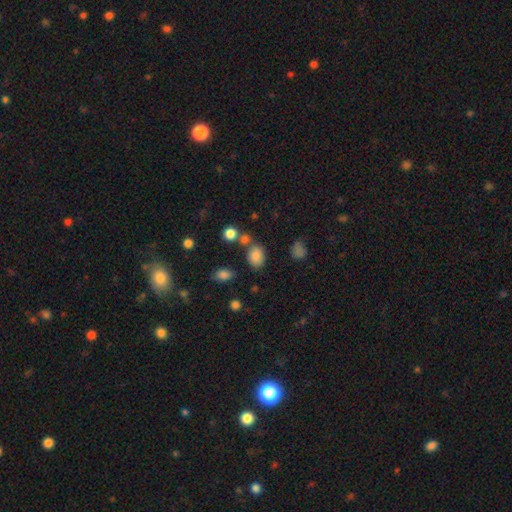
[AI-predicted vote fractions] The model was most divided on "how rounded": in between: 63%, round: 35%, cigar-shaped: 1%. More confident: smooth or featured — smooth (81%); merging — none (64%).